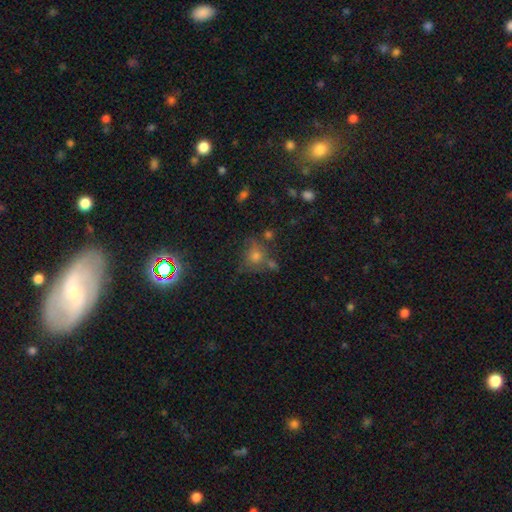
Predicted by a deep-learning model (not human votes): Smooth or featured: smooth — 55% (star or artifact — 30%)
How rounded: round — 79% (in between — 20%)
Merging: none — 58% (minor disturbance — 17%)